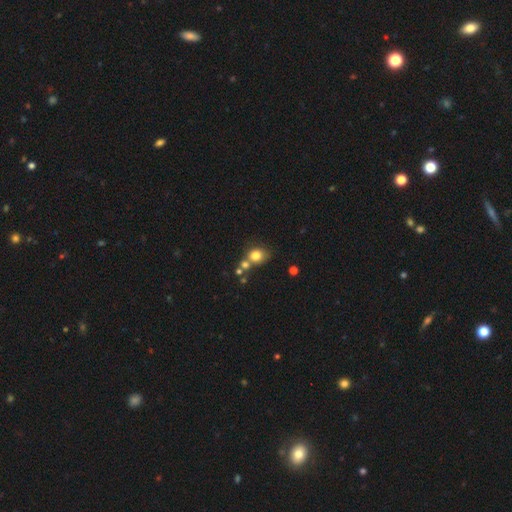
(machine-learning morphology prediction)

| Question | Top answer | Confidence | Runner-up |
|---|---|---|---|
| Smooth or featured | smooth | 77% | star or artifact (12%) |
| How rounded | round | 66% | in between (33%) |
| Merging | none | 50% | merger (31%) |